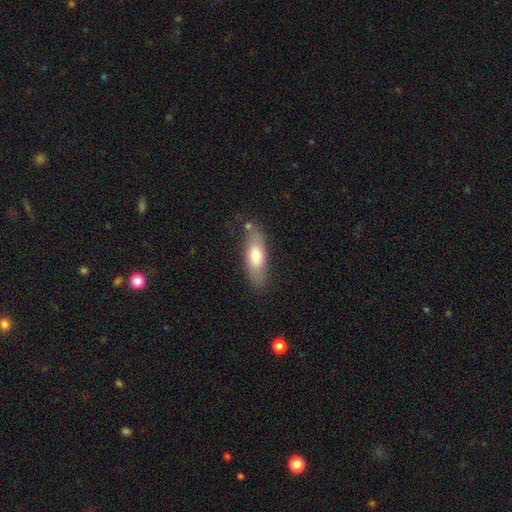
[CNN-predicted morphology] Smooth or featured: smooth — 68% (featured or disk — 26%)
How rounded: in between — 61% (cigar-shaped — 37%)
Merging: none — 73% (minor disturbance — 18%)